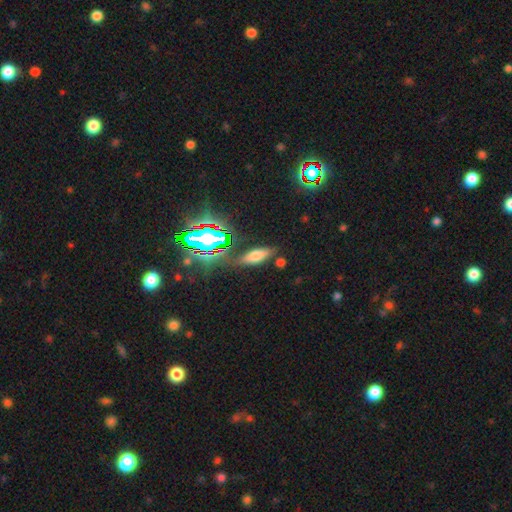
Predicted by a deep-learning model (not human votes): Morphology: type=smooth (57%); roundness=in between (64%); merging=none (77%).